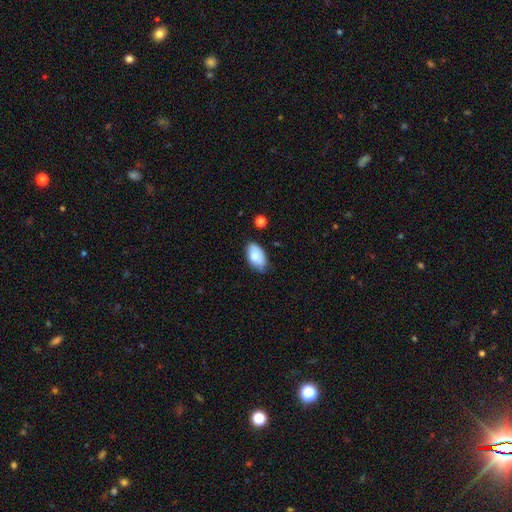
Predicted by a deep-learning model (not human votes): A smooth galaxy with no disk features (81%) that is in between round and cigar-shaped (94%). Merging: none (71%).